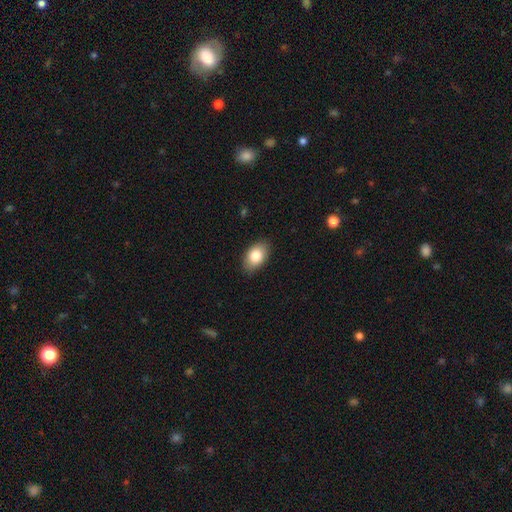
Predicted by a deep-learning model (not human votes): Morphology: type=smooth (83%); roundness=in between (90%); merging=none (86%).